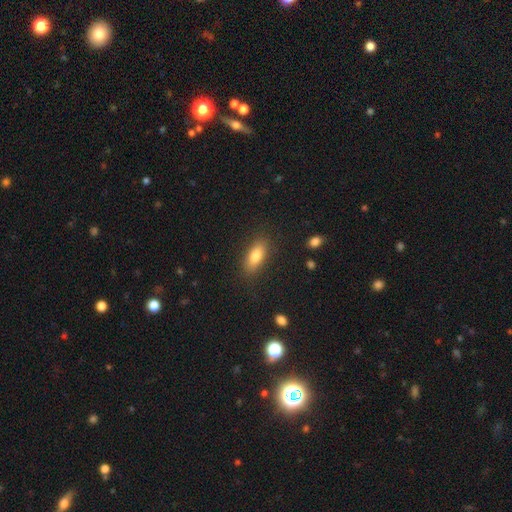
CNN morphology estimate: Overall: smooth (80%). How rounded: in between (77%). Merging: none (85%).